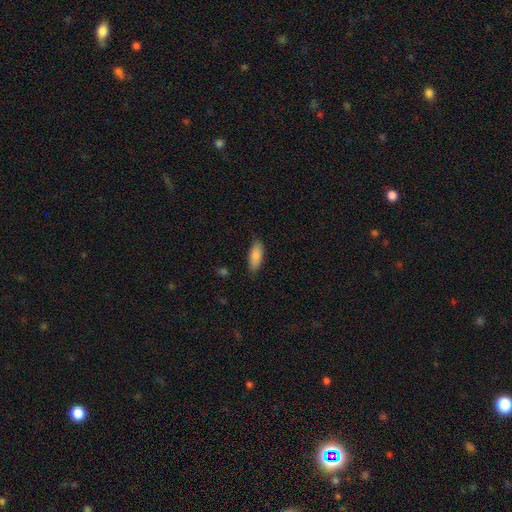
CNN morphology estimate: Smooth or featured: smooth — 87% (featured or disk — 7%)
How rounded: in between — 79% (cigar-shaped — 19%)
Merging: none — 84% (minor disturbance — 12%)